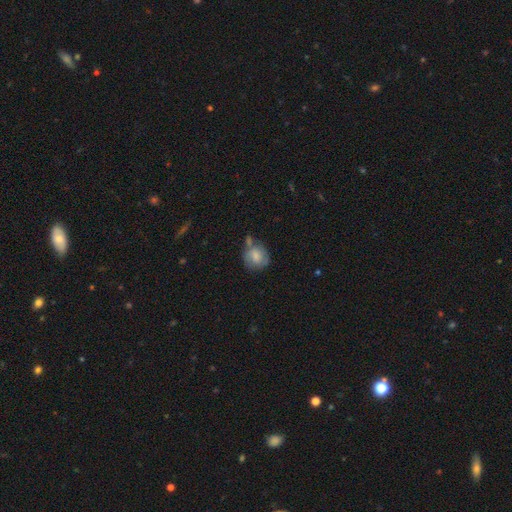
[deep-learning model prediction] The model was most divided on "merging": none: 50%, minor disturbance: 23%, merger: 19%, major disturbance: 8%. More confident: how rounded — round (77%); smooth or featured — smooth (71%).